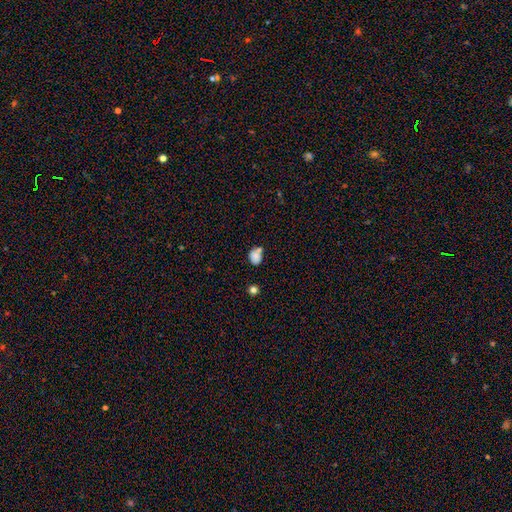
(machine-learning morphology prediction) Smooth or featured?
  - smooth: 80% *
  - star or artifact: 10%
  - featured or disk: 10%
How rounded?
  - in between: 57% *
  - round: 42%
  - cigar-shaped: 1%
Merging?
  - none: 46% *
  - merger: 26%
  - minor disturbance: 20%
  - major disturbance: 7%